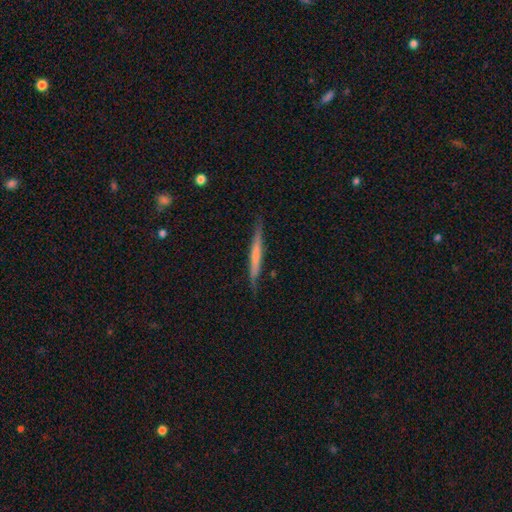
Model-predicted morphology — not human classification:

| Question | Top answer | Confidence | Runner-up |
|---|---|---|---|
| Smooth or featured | smooth | 48% | featured or disk (47%) |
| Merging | none | 85% | minor disturbance (12%) |